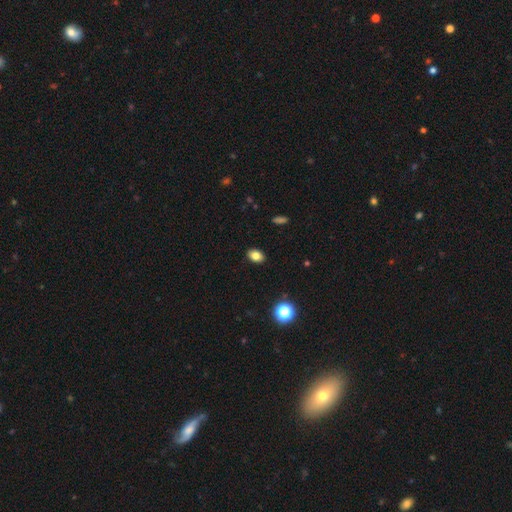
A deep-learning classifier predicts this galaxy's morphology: Overall: smooth (81%). How rounded: in between (78%). Merging: none (89%).